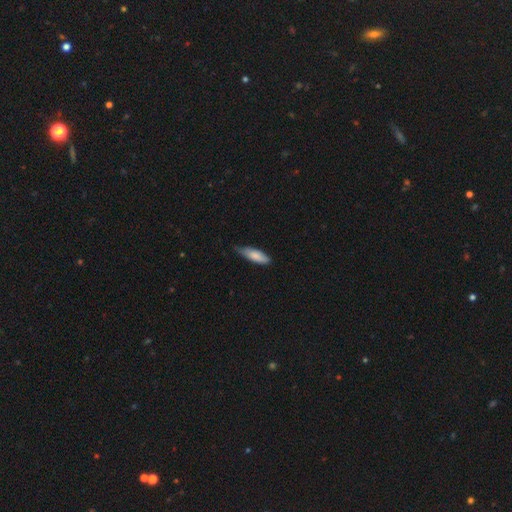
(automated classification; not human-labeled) Morphology: type=smooth (81%); roundness=in between (58%); merging=none (53%).